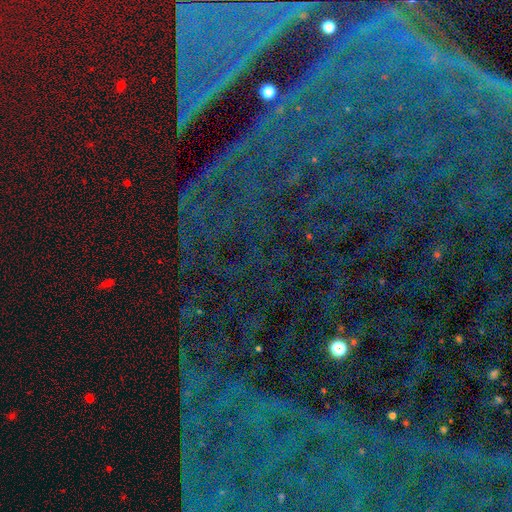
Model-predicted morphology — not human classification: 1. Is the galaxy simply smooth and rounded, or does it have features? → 86% star or artifact, 7% featured or disk, 7% smooth.